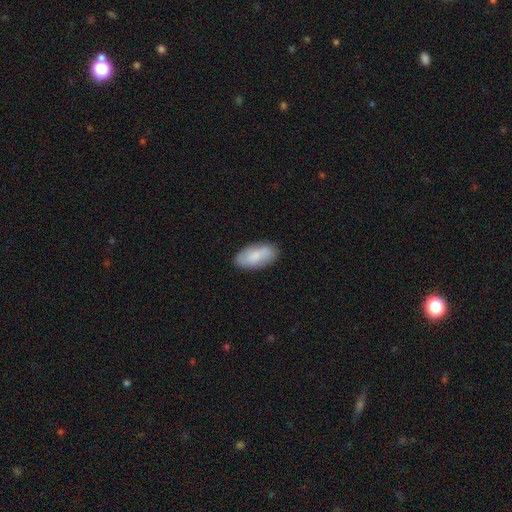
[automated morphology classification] This appears to be a smooth galaxy with no disk features (80%) that is in between round and cigar-shaped (93%). Merging: none (86%).